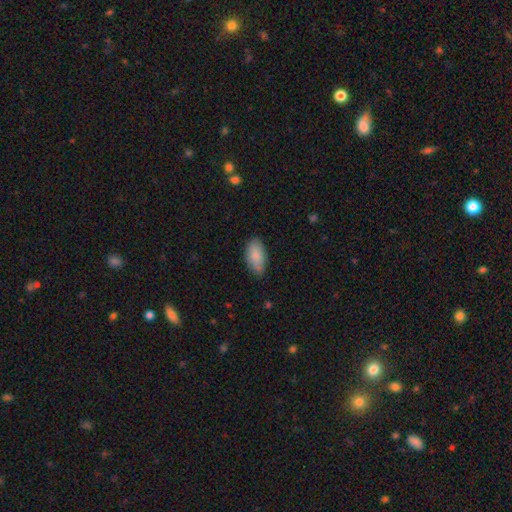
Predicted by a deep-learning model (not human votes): Smooth or featured? smooth (86%)
How rounded? in between (93%)
Merging? none (76%)